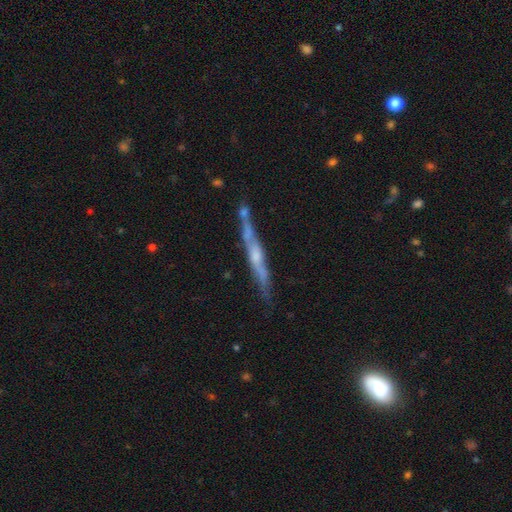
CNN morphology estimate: smooth-or-featured: featured or disk: 71% | smooth: 22% | star or artifact: 7%
  disk-edge-on: yes: 92% | no: 8%
    edge-on-bulge: rounded: 53% | none: 35% | boxy: 12%
  merging: none: 69% | minor disturbance: 18% | merger: 8% | major disturbance: 5%